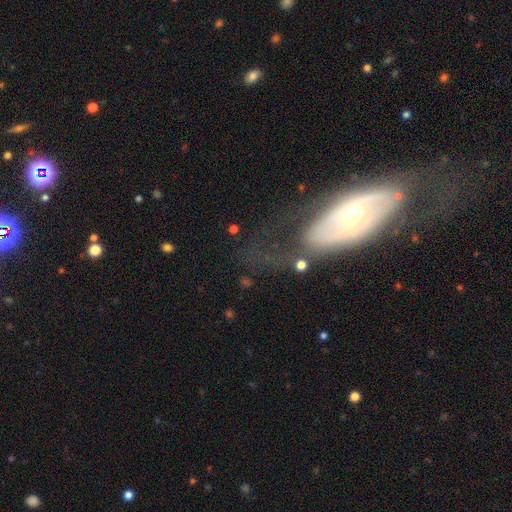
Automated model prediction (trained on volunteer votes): featured or disk 66%, smooth 24%, star or artifact 10%. Down the decision tree: edge-on disk — no (84%); bar — no (66%); spiral arms — no (52%); bulge size — moderate (58%); merging — none (57%).